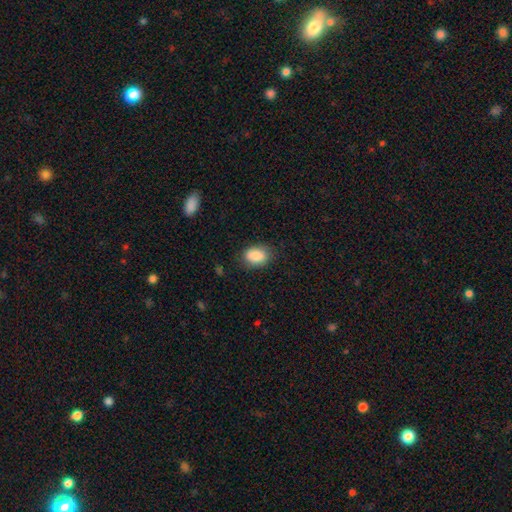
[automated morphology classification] Smooth or featured? smooth (88%)
How rounded? in between (80%)
Merging? none (80%)